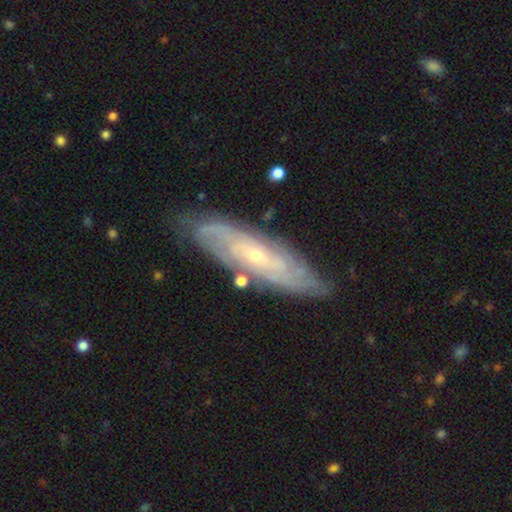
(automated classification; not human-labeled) A featured or disk galaxy (80%) with no bar (67%), tight (66%) spiral arms (92%) and a small central bulge (79%). Merging: none (79%).